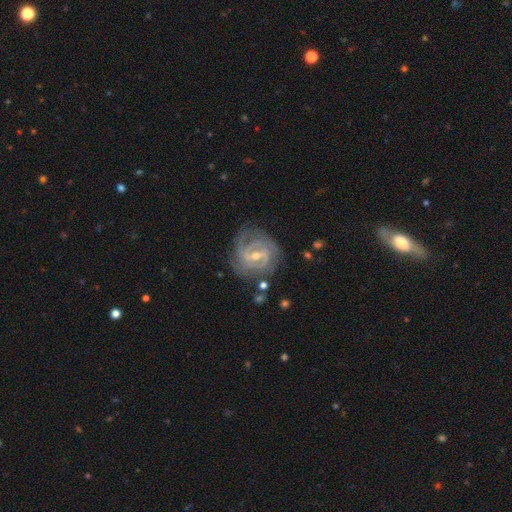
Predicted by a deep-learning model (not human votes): Overall: featured or disk (86%). Edge-on disk: no (97%). Bar: weak (51%; strong 32%). Spiral arms: yes (96%). Spiral arm count: 2 (35%; 3 25%). Spiral winding: tight (62%; medium 31%). Bulge size: small (50%; moderate 47%). Merging: none (72%).